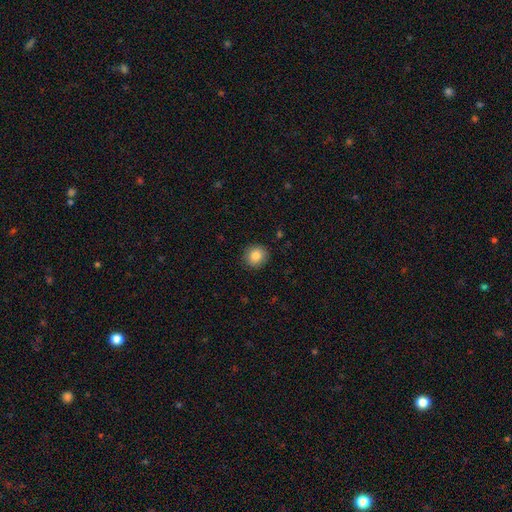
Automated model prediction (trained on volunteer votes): Q: Smooth or featured?
A: smooth (85%); runner-up: star or artifact (9%)
Q: How rounded?
A: round (86%); runner-up: in between (13%)
Q: Merging?
A: none (90%); runner-up: minor disturbance (7%)